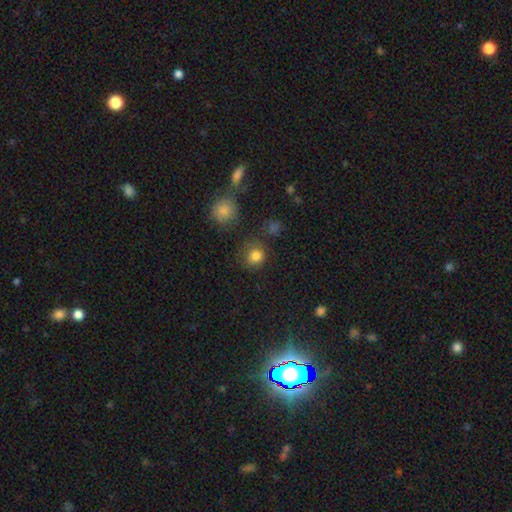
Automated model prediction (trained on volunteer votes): Q: Smooth or featured?
A: smooth (81%); runner-up: star or artifact (13%)
Q: How rounded?
A: round (85%); runner-up: in between (14%)
Q: Merging?
A: none (78%); runner-up: minor disturbance (12%)